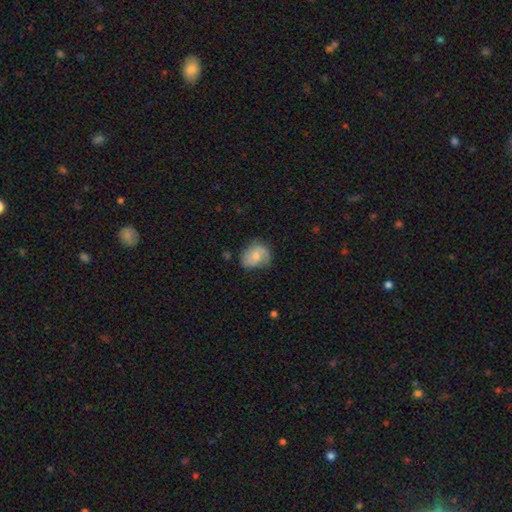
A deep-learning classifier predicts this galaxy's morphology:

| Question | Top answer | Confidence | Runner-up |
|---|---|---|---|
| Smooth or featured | smooth | 51% | featured or disk (41%) |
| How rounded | in between | 50% | round (49%) |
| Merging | none | 60% | minor disturbance (29%) |